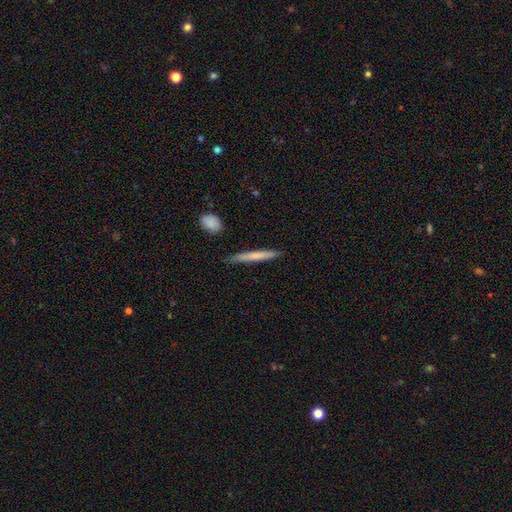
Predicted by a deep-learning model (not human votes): This is likely a smooth galaxy (66%). How rounded: clearly cigar-shaped (96%). Merging: clearly none (87%).